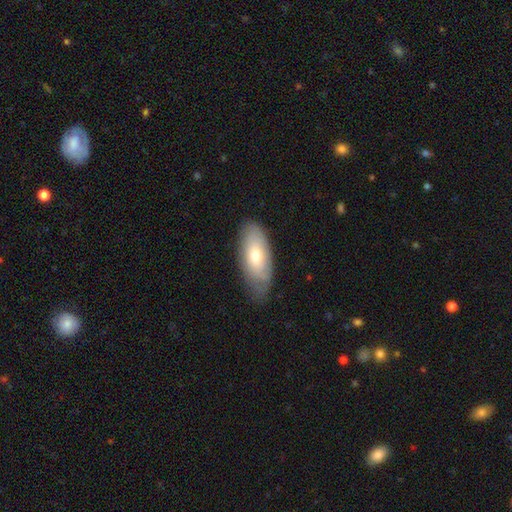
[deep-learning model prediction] This is likely a smooth galaxy (67%). How rounded: clearly in between (86%). Merging: likely none (67%).